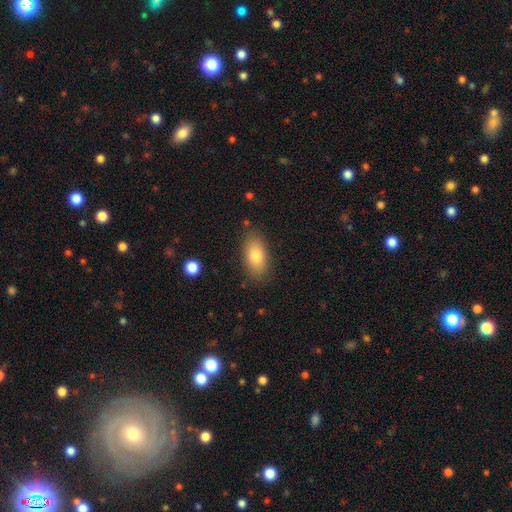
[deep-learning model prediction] Morphology: type=smooth (79%); roundness=in between (90%); merging=none (83%).